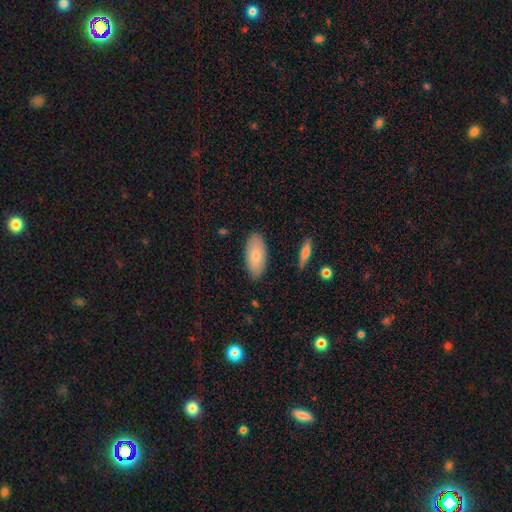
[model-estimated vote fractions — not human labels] smooth-or-featured: smooth: 80% | featured or disk: 14% | star or artifact: 6%
  how-rounded: in between: 91% | cigar-shaped: 7% | round: 2%
  merging: none: 86% | minor disturbance: 10% | major disturbance: 2% | merger: 2%